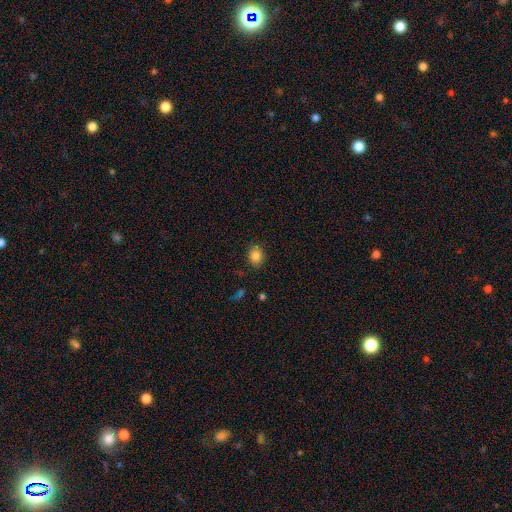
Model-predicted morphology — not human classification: This appears to be a smooth galaxy with no disk features (84%) that is round (55%). Merging: none (87%).